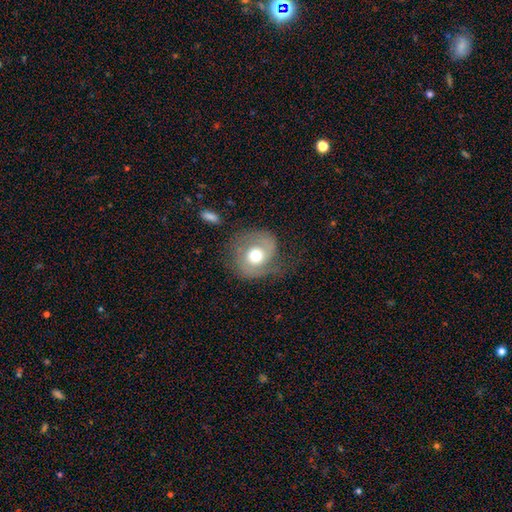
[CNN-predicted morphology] A featured or disk galaxy (57%) with no bar (80%), spiral arms (76%) and a moderate central bulge (70%).

Vote fractions:
- Smooth or featured? featured or disk: 57% / smooth: 35% / star or artifact: 7%
- Edge-on disk? no: 97% / yes: 3%
- Bar? no: 80% / weak: 16% / strong: 4%
- Spiral arms? yes: 76% / no: 24%
- Bulge size? moderate: 70% / large: 22% / small: 6% / dominant: 2% / none: 1%
- Merging? none: 50% / minor disturbance: 26% / major disturbance: 22% / merger: 2%